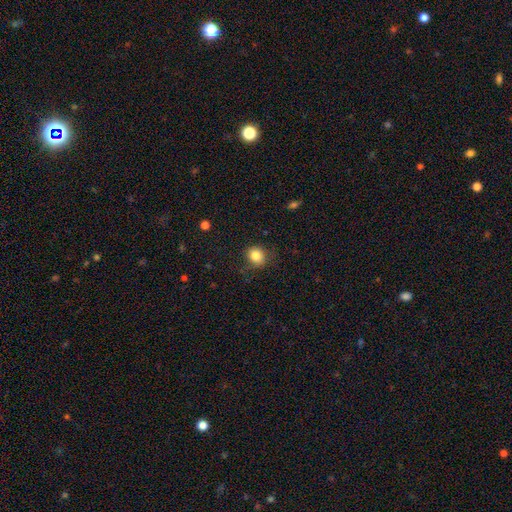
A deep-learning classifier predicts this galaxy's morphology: smooth-or-featured: smooth: 83% | star or artifact: 10% | featured or disk: 7%
  how-rounded: round: 75% | in between: 24% | cigar-shaped: 1%
  merging: none: 79% | minor disturbance: 15% | major disturbance: 4% | merger: 1%